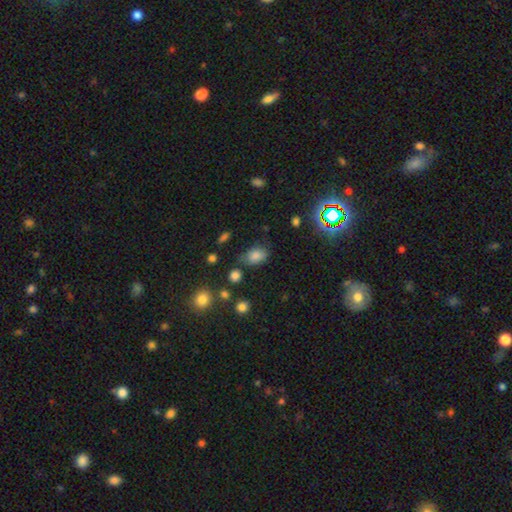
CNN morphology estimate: Smooth or featured? smooth (79%)
How rounded? in between (82%)
Merging? none (64%)